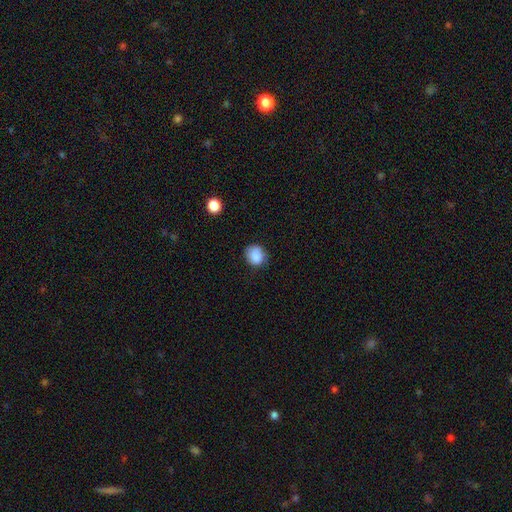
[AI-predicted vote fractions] Smooth or featured?
  - smooth: 86% *
  - star or artifact: 8%
  - featured or disk: 5%
How rounded?
  - round: 71% *
  - in between: 28%
  - cigar-shaped: 1%
Merging?
  - none: 76% *
  - minor disturbance: 19%
  - major disturbance: 4%
  - merger: 1%